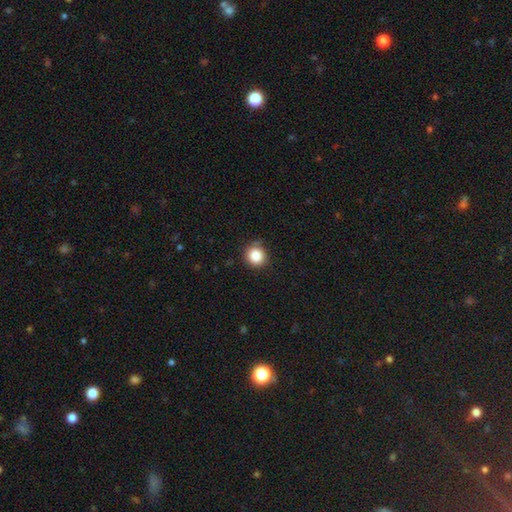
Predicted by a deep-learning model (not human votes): This appears to be a smooth galaxy with no disk features (85%) that is round (91%). Merging: none (81%).